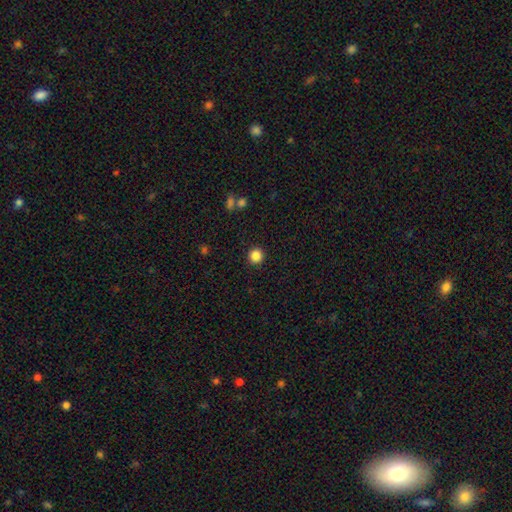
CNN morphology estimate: Overall: smooth (85%). How rounded: round (95%). Merging: none (92%).